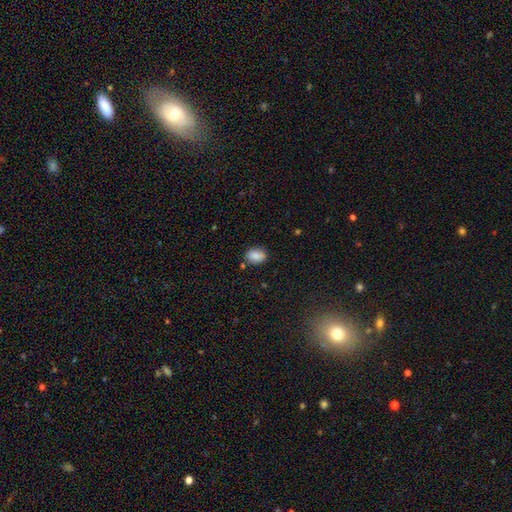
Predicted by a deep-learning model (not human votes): Q: Smooth or featured?
A: smooth (84%); runner-up: star or artifact (9%)
Q: How rounded?
A: in between (69%); runner-up: round (30%)
Q: Merging?
A: none (77%); runner-up: minor disturbance (15%)